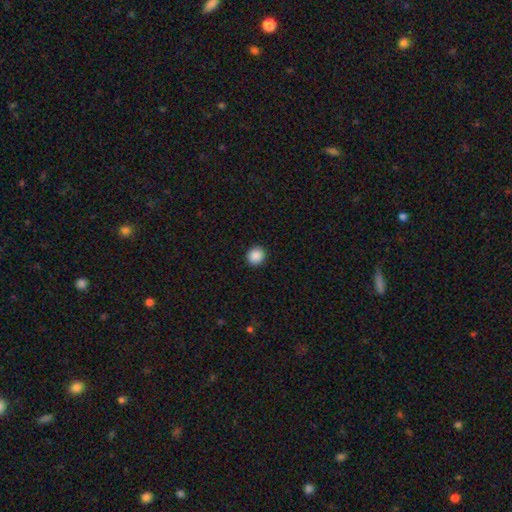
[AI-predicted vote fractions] A smooth galaxy with no disk features (89%) that is round (89%).

Vote fractions:
- Smooth or featured? smooth: 89% / star or artifact: 9% / featured or disk: 2%
- How rounded? round: 89% / in between: 10% / cigar-shaped: 1%
- Merging? none: 92% / minor disturbance: 5% / major disturbance: 2% / merger: 1%